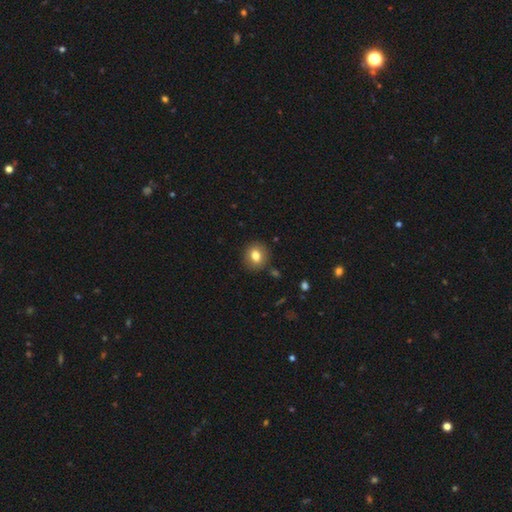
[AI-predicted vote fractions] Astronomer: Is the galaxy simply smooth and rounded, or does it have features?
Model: smooth — 79%.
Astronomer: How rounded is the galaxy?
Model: round — 77%.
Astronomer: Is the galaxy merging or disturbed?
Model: none — 88%.